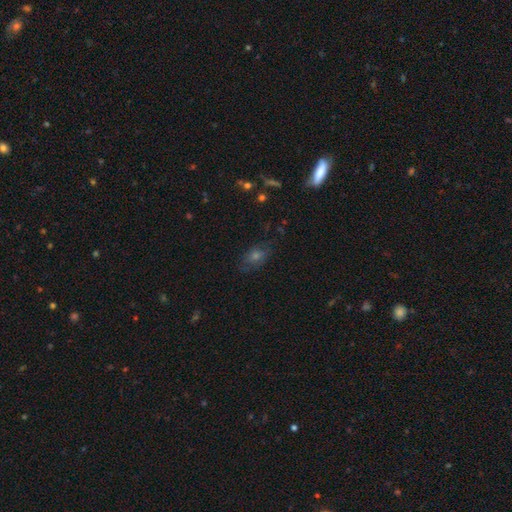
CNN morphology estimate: Smooth or featured?
  - smooth: 44% *
  - star or artifact: 30%
  - featured or disk: 26%
Merging?
  - none: 73% *
  - minor disturbance: 17%
  - major disturbance: 8%
  - merger: 2%